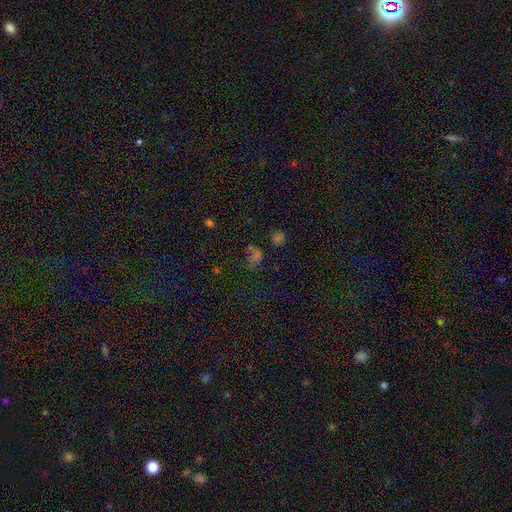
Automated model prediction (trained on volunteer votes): Smooth or featured: star or artifact — 46% (smooth — 40%)